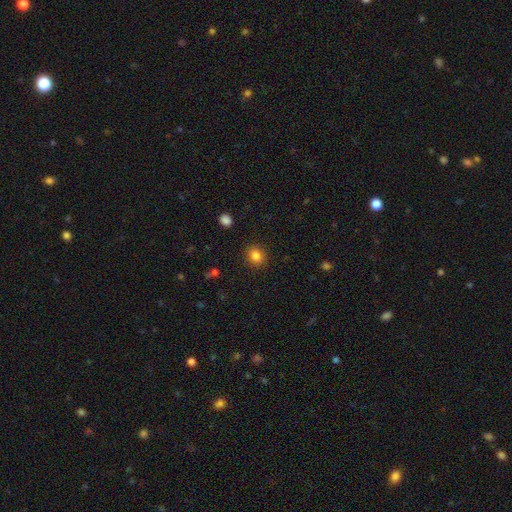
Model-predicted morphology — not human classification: Q: Smooth or featured?
A: smooth (83%); runner-up: star or artifact (11%)
Q: How rounded?
A: round (81%); runner-up: in between (18%)
Q: Merging?
A: none (90%); runner-up: minor disturbance (7%)